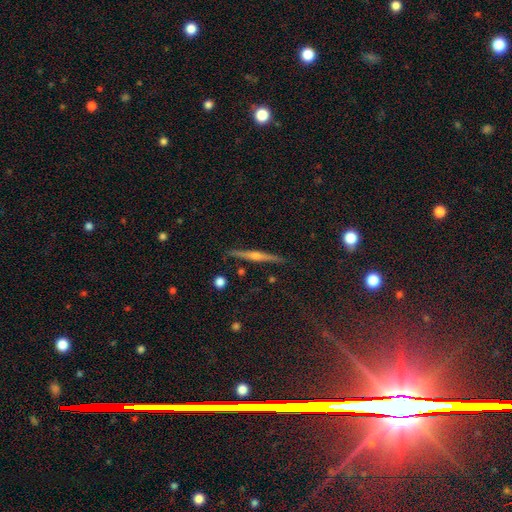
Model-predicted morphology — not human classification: featured or disk 73%, smooth 18%, star or artifact 9%. Down the decision tree: edge-on disk — yes (98%); edge-on bulge — rounded (85%); merging — none (90%).